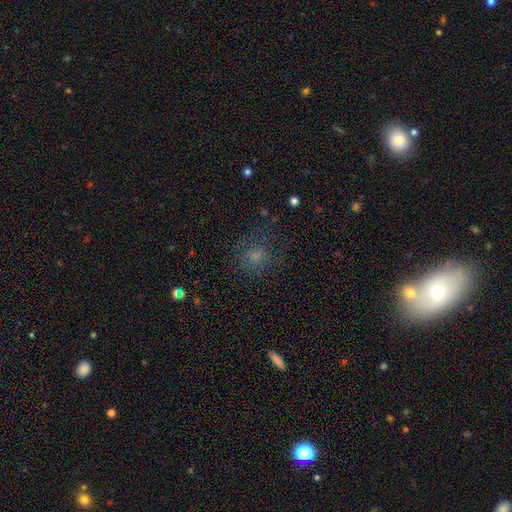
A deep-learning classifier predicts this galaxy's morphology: Smooth or featured: smooth — 65% (star or artifact — 21%)
How rounded: round — 79% (in between — 20%)
Merging: none — 69% (minor disturbance — 16%)